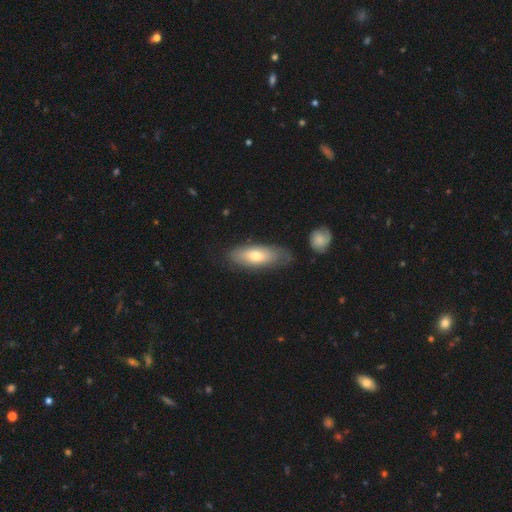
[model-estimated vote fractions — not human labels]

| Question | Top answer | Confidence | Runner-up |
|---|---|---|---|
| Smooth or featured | smooth | 65% | featured or disk (29%) |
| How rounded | in between | 73% | cigar-shaped (25%) |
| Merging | none | 70% | minor disturbance (21%) |